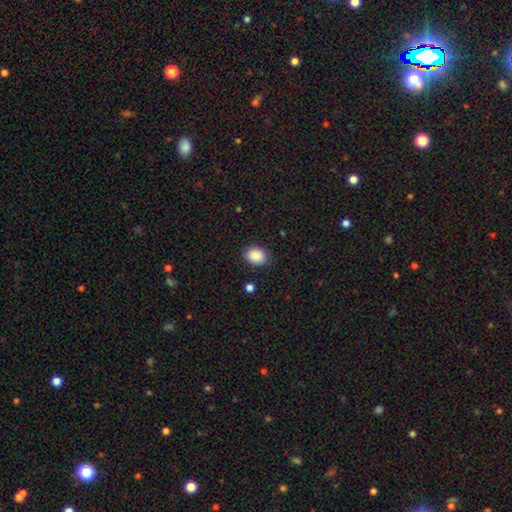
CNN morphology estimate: Smooth or featured? Predicted: smooth (p=0.88). How rounded? Predicted: in between (p=0.62). Merging? Predicted: none (p=0.83).